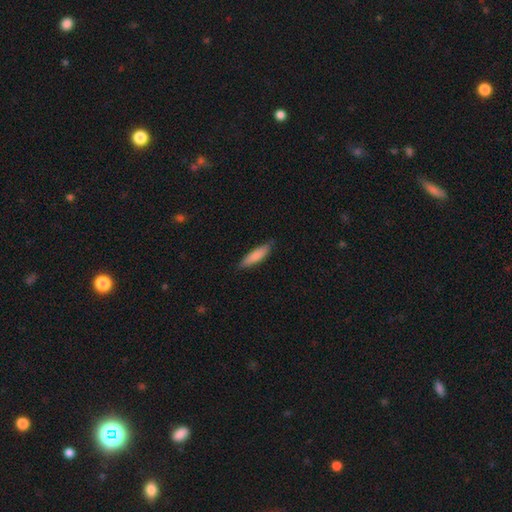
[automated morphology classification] smooth-or-featured: smooth: 83% | featured or disk: 12% | star or artifact: 6%
  how-rounded: cigar-shaped: 70% | in between: 29% | round: 1%
  merging: none: 84% | minor disturbance: 13% | major disturbance: 2% | merger: 1%